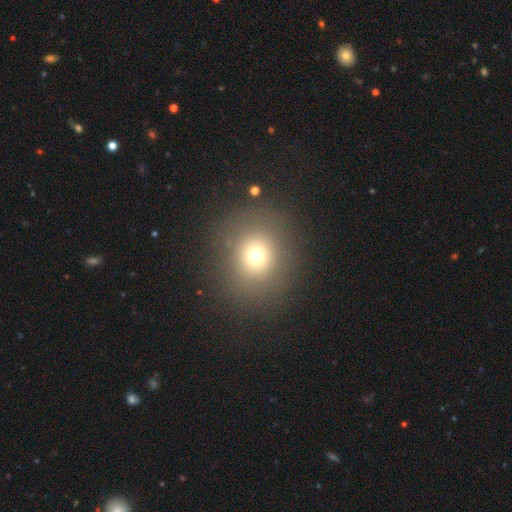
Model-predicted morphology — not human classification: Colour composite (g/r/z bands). It shows a smooth galaxy with no disk features (70%) that is round (83%). Merging: none (86%).